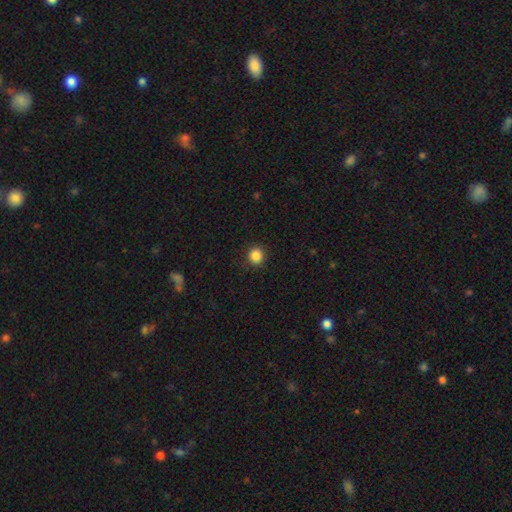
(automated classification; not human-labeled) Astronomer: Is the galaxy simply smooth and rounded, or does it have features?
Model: smooth — 86%.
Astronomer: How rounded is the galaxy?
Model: round — 91%.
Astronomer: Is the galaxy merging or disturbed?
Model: none — 90%.